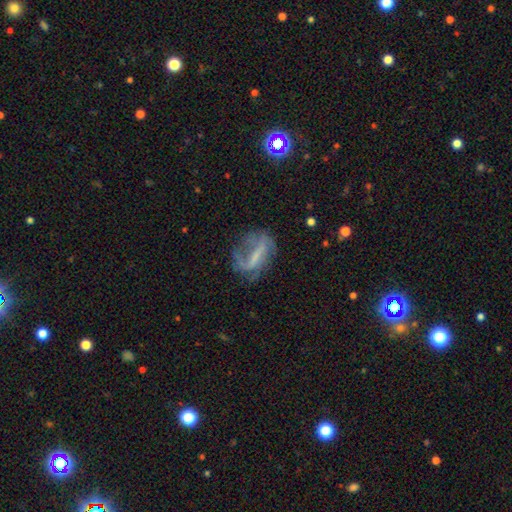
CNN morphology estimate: smooth-or-featured: featured or disk: 68% | smooth: 22% | star or artifact: 11%
  disk-edge-on: no: 93% | yes: 7%
    bar: strong: 49% | weak: 32% | no: 19%
    has-spiral-arms: yes: 72% | no: 28%
    bulge-size: none: 49% | small: 29% | moderate: 16% | large: 4% | dominant: 1%
  merging: none: 47% | major disturbance: 27% | minor disturbance: 23% | merger: 3%